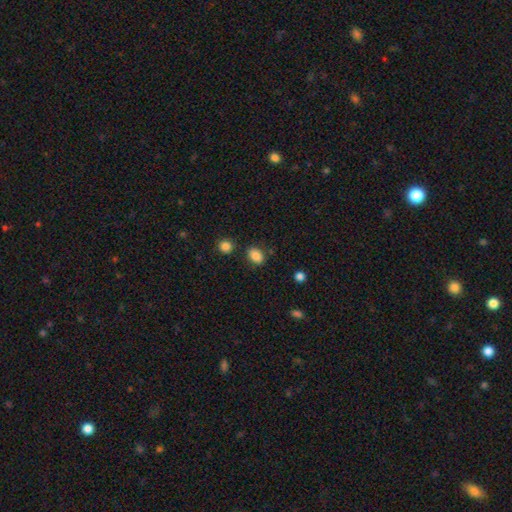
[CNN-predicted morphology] A smooth galaxy with no disk features (86%) that is in between round and cigar-shaped (73%).

Vote fractions:
- Smooth or featured? smooth: 86% / star or artifact: 10% / featured or disk: 5%
- How rounded? in between: 73% / round: 26% / cigar-shaped: 1%
- Merging? none: 79% / minor disturbance: 13% / merger: 5% / major disturbance: 3%